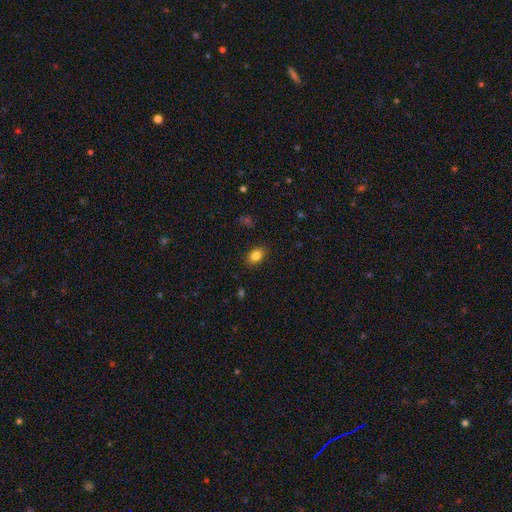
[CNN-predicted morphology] Smooth or featured: smooth — 83% (star or artifact — 10%)
How rounded: in between — 78% (round — 21%)
Merging: none — 87% (minor disturbance — 10%)